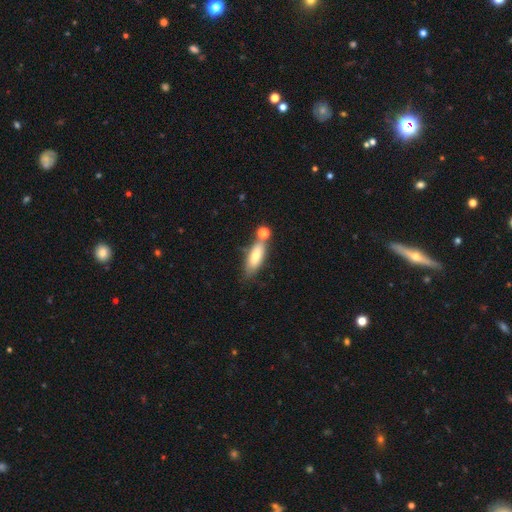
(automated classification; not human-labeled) Smooth or featured?
  - smooth: 68% *
  - featured or disk: 25%
  - star or artifact: 8%
How rounded?
  - in between: 59% *
  - cigar-shaped: 38%
  - round: 3%
Merging?
  - none: 54% *
  - merger: 25%
  - minor disturbance: 16%
  - major disturbance: 5%